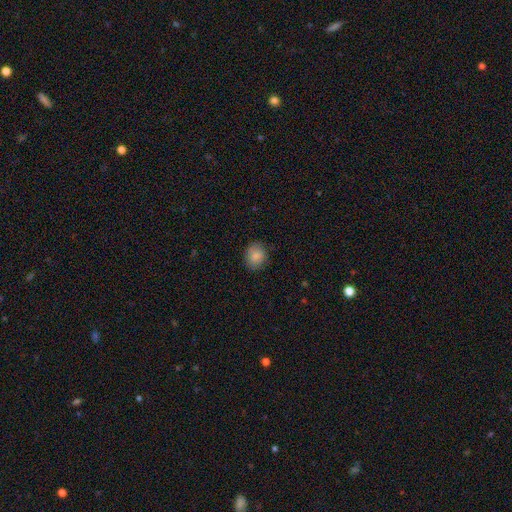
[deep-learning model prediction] A smooth galaxy with no disk features (84%) that is round (67%).

Vote fractions:
- Smooth or featured? smooth: 84% / star or artifact: 9% / featured or disk: 7%
- How rounded? round: 67% / in between: 32% / cigar-shaped: 1%
- Merging? none: 85% / minor disturbance: 11% / major disturbance: 3% / merger: 1%